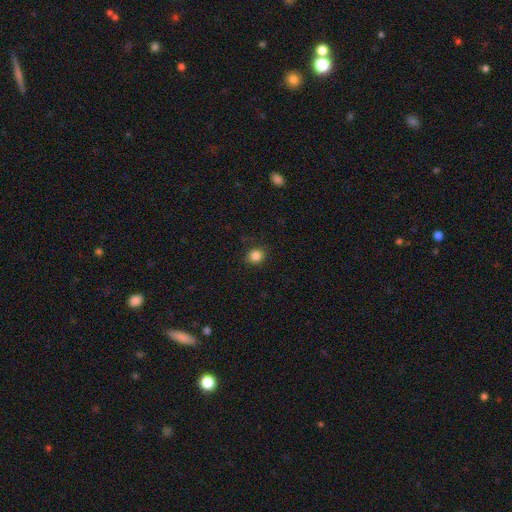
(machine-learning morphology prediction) smooth 85%, star or artifact 11%, featured or disk 4%. Down the decision tree: how rounded — round (83%); merging — none (87%).